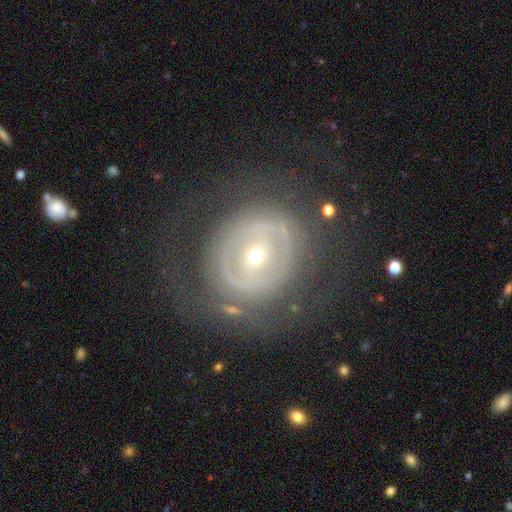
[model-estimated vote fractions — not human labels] smooth-or-featured: featured or disk: 71% | smooth: 21% | star or artifact: 8%
  disk-edge-on: no: 95% | yes: 5%
    bar: no: 54% | weak: 26% | strong: 20%
    has-spiral-arms: no: 63% | yes: 37%
    bulge-size: small: 67% | moderate: 30% | large: 2% | dominant: 1% | none: 1%
  merging: none: 70% | major disturbance: 15% | minor disturbance: 14% | merger: 2%